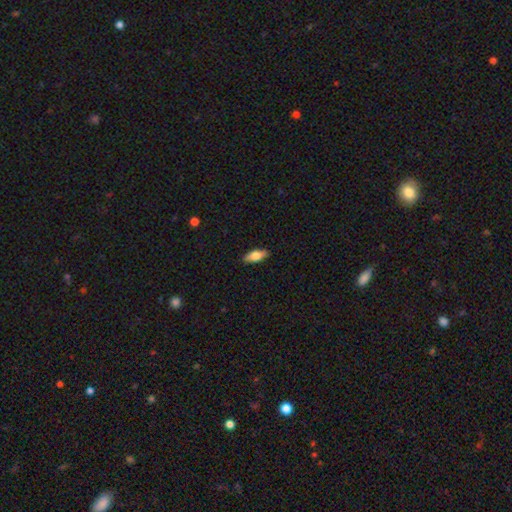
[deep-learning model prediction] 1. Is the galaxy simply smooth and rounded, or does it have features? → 70% smooth, 24% featured or disk, 6% star or artifact.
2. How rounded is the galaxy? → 73% in between, 24% cigar-shaped, 3% round.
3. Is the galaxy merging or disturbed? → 88% none, 9% minor disturbance, 2% major disturbance, 1% merger.